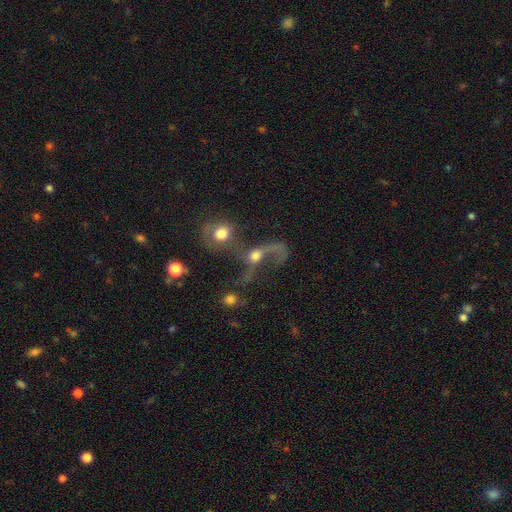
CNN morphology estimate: Smooth or featured? Predicted: featured or disk (p=0.54). Edge-on disk? Predicted: no (p=0.94). Bar? Predicted: no (p=0.73). Spiral arms? Predicted: yes (p=0.68). Bulge size? Predicted: moderate (p=0.51). Merging? Predicted: merger (p=0.60).